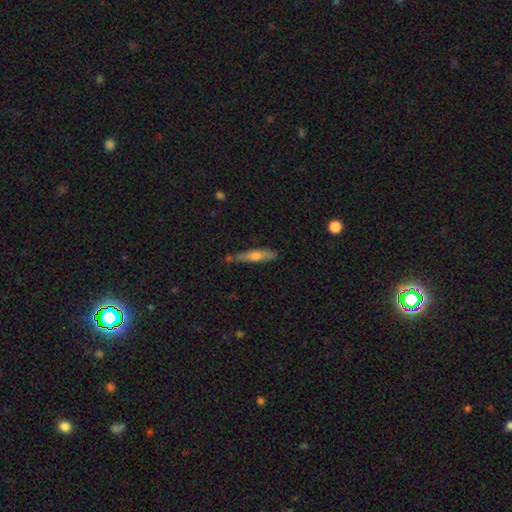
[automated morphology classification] Smooth or featured: smooth — 56% (featured or disk — 37%)
How rounded: cigar-shaped — 85% (in between — 13%)
Merging: none — 70% (minor disturbance — 20%)